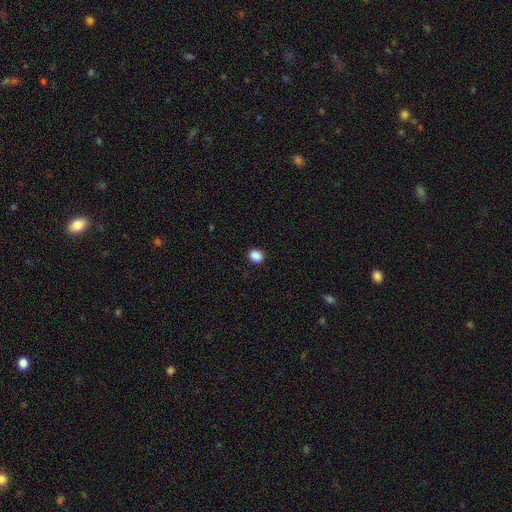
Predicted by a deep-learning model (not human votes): Q: Smooth or featured?
A: smooth (89%); runner-up: star or artifact (9%)
Q: How rounded?
A: round (63%); runner-up: in between (36%)
Q: Merging?
A: none (91%); runner-up: minor disturbance (6%)